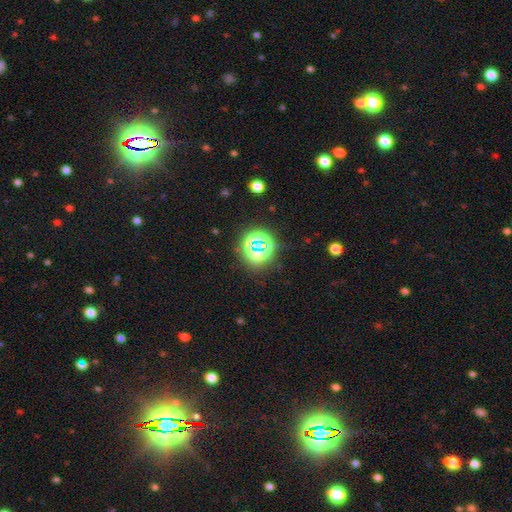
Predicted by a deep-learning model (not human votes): This is likely a star or artifact rather than a galaxy (69%).